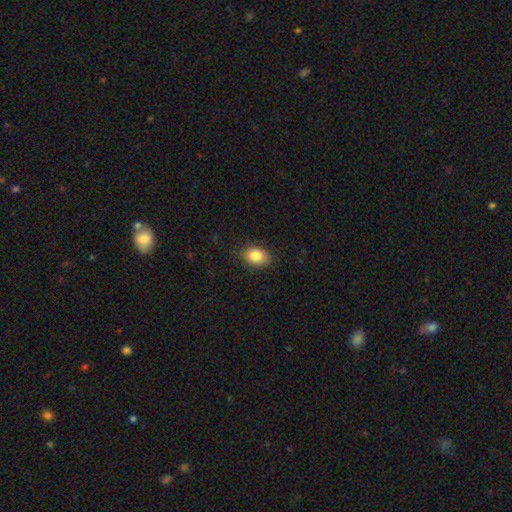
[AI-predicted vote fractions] Q: Smooth or featured?
A: smooth (84%); runner-up: star or artifact (8%)
Q: How rounded?
A: in between (75%); runner-up: round (24%)
Q: Merging?
A: none (81%); runner-up: minor disturbance (15%)